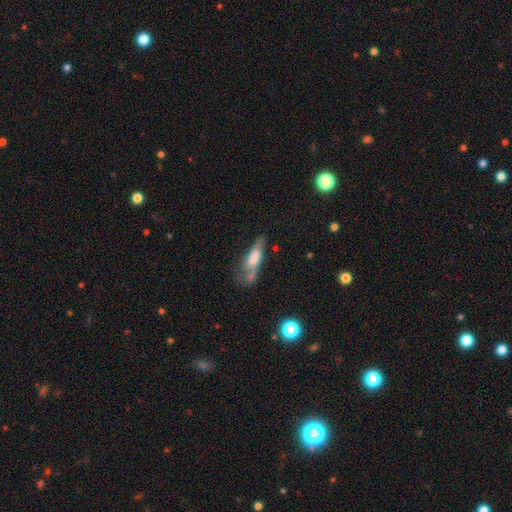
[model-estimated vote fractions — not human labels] Overall: featured or disk (46%; smooth 45%). Merging: none (43%; minor disturbance 25%).